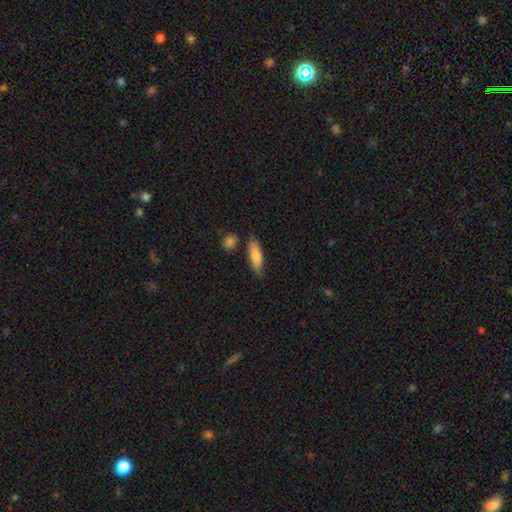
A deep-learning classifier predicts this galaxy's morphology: Overall: smooth (77%). How rounded: in between (54%; cigar-shaped 43%). Merging: none (67%).